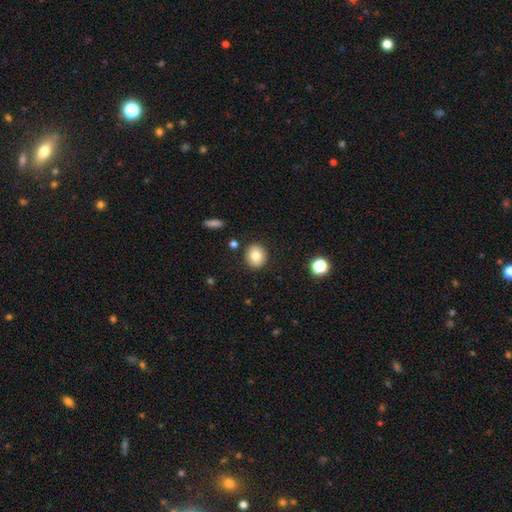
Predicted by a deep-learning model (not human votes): smooth-or-featured: smooth: 79% | featured or disk: 11% | star or artifact: 10%
  how-rounded: round: 81% | in between: 18% | cigar-shaped: 1%
  merging: none: 88% | minor disturbance: 7% | merger: 2% | major disturbance: 2%